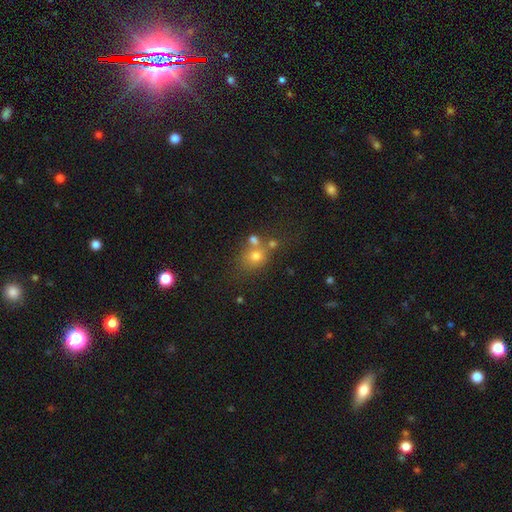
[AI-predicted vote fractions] smooth_or_featured: smooth (p=0.68) [alt: star or artifact p=0.17]
how_rounded: round (p=0.72) [alt: in between p=0.27]
merging: none (p=0.49) [alt: merger p=0.33]